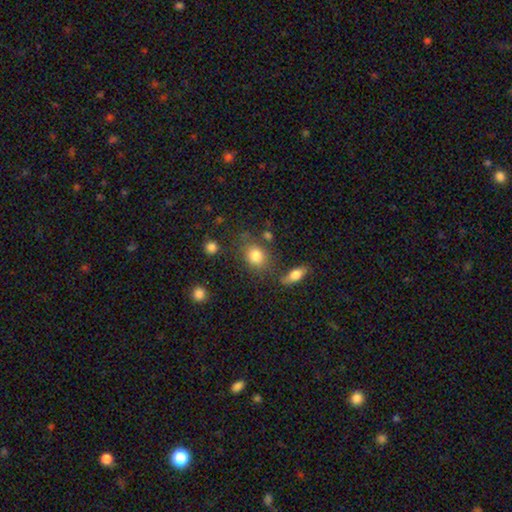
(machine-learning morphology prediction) Q: Smooth or featured?
A: smooth (83%); runner-up: star or artifact (10%)
Q: How rounded?
A: round (60%); runner-up: in between (38%)
Q: Merging?
A: none (69%); runner-up: minor disturbance (15%)